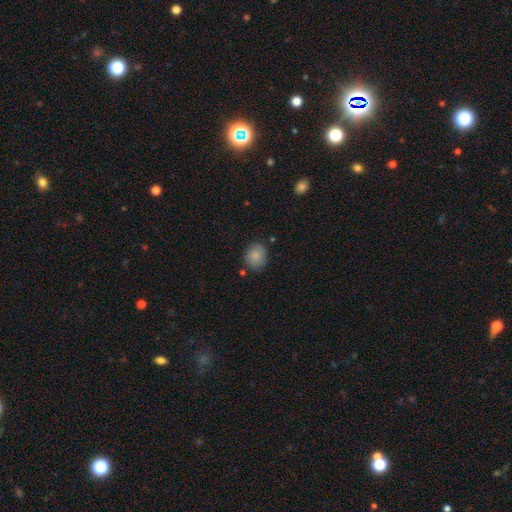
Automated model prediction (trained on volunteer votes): Smooth or featured?
  - smooth: 85% *
  - star or artifact: 8%
  - featured or disk: 7%
How rounded?
  - round: 53% *
  - in between: 46%
  - cigar-shaped: 1%
Merging?
  - none: 77% *
  - minor disturbance: 16%
  - major disturbance: 3%
  - merger: 3%